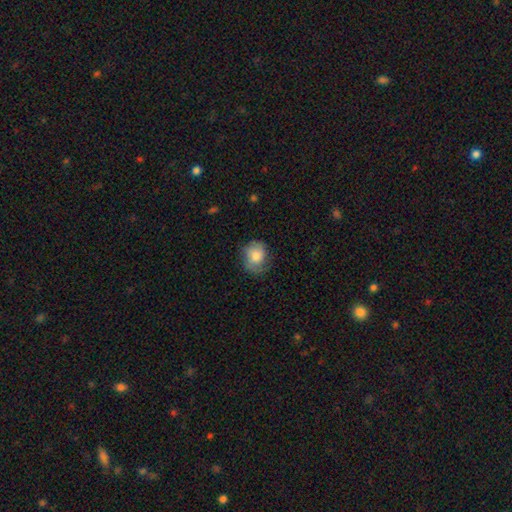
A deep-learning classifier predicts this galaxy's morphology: This is likely a smooth galaxy (70%). How rounded: likely round (62%). Merging: likely none (63%).